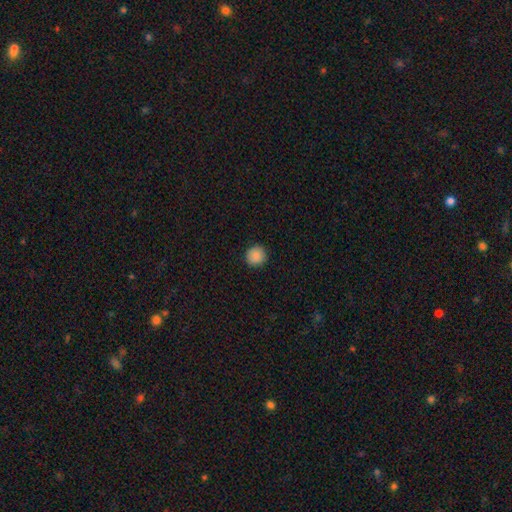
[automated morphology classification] This appears to be a smooth galaxy with no disk features (89%) that is round (94%). Merging: none (92%).